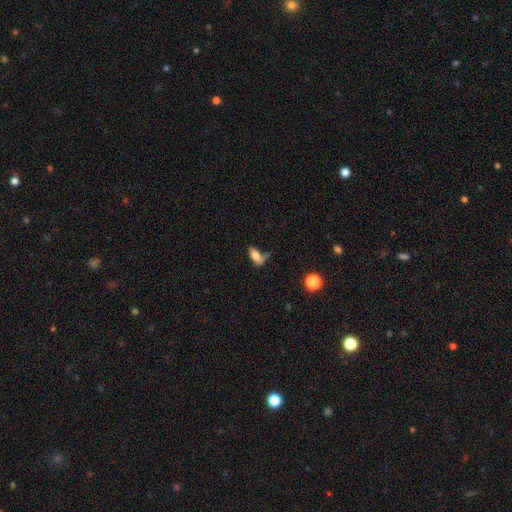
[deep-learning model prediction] Q: Smooth or featured?
A: smooth (65%); runner-up: featured or disk (24%)
Q: How rounded?
A: in between (73%); runner-up: cigar-shaped (21%)
Q: Merging?
A: none (38%); runner-up: minor disturbance (21%)